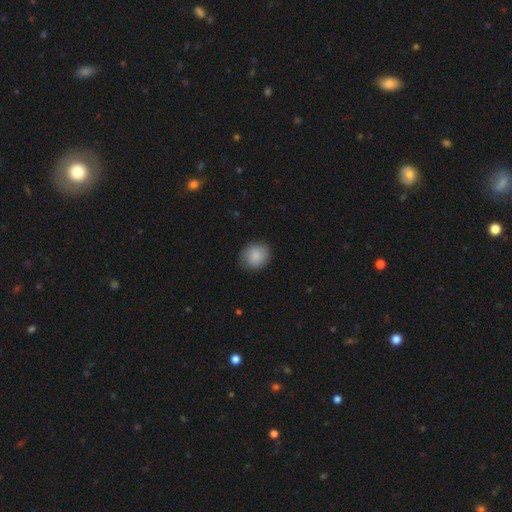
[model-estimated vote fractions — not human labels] A smooth galaxy with no disk features (86%) that is round (73%).

Vote fractions:
- Smooth or featured? smooth: 86% / featured or disk: 7% / star or artifact: 7%
- How rounded? round: 73% / in between: 26% / cigar-shaped: 1%
- Merging? none: 85% / minor disturbance: 12% / major disturbance: 3% / merger: 1%